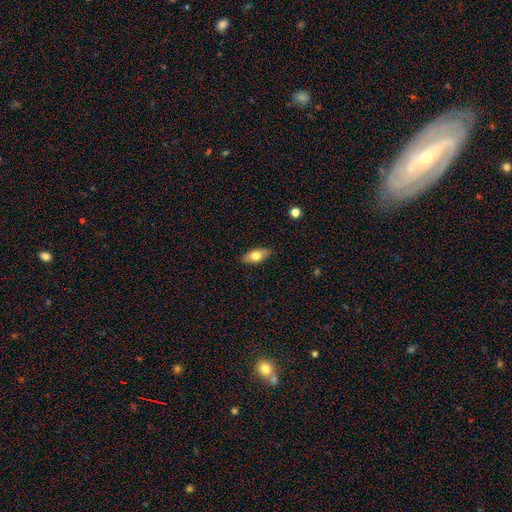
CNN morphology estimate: Smooth or featured: smooth — 72% (featured or disk — 21%)
How rounded: in between — 87% (cigar-shaped — 9%)
Merging: none — 87% (minor disturbance — 10%)